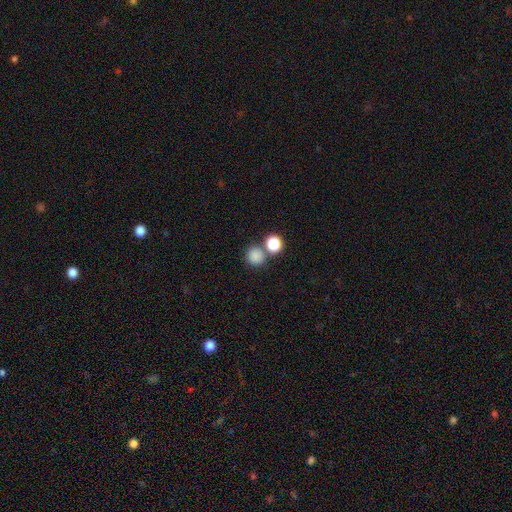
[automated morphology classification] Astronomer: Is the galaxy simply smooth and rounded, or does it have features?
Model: smooth — 82%.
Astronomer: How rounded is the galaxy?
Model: round — 92%.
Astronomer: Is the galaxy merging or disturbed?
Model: none — 69%.